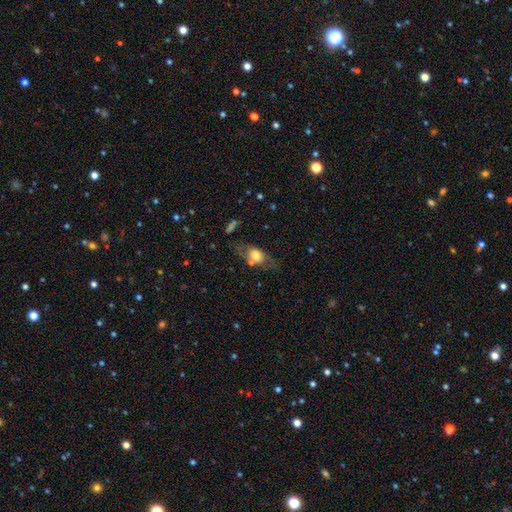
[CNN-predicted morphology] Overall: smooth (54%; featured or disk 38%). How rounded: in between (75%). Merging: none (53%; minor disturbance 24%).